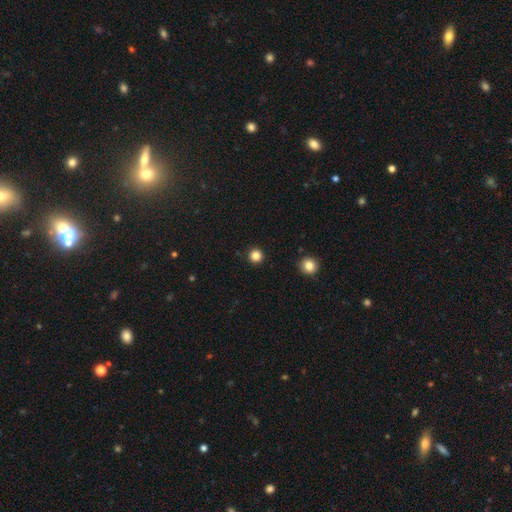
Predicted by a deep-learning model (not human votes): Morphology: type=smooth (84%); roundness=round (96%); merging=none (93%).